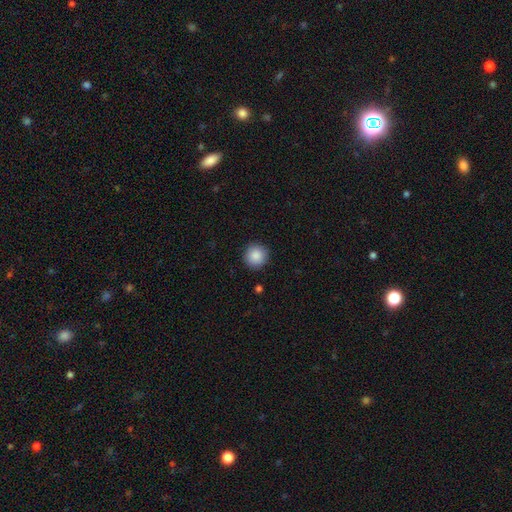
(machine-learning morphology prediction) A smooth galaxy with no disk features (88%) that is round (95%).

Vote fractions:
- Smooth or featured? smooth: 88% / star or artifact: 8% / featured or disk: 4%
- How rounded? round: 95% / in between: 4% / cigar-shaped: 1%
- Merging? none: 91% / minor disturbance: 6% / major disturbance: 2% / merger: 1%